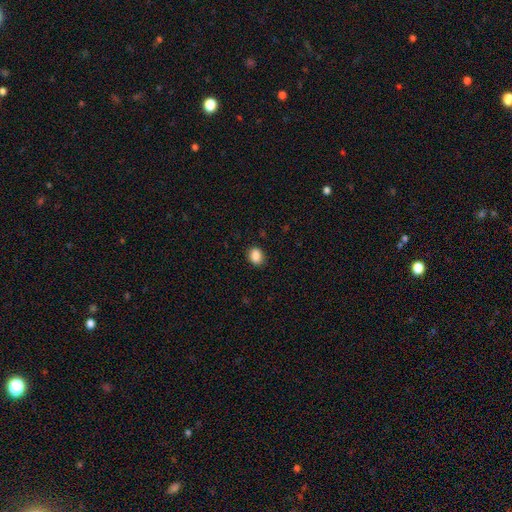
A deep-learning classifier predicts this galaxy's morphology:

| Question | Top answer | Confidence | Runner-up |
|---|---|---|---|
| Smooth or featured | smooth | 88% | star or artifact (9%) |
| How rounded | in between | 52% | round (47%) |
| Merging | none | 88% | minor disturbance (9%) |